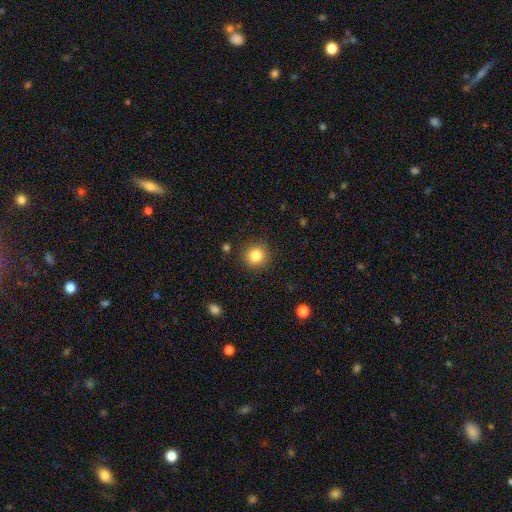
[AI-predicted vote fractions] smooth-or-featured: smooth: 83% | star or artifact: 11% | featured or disk: 6%
  how-rounded: round: 93% | in between: 6% | cigar-shaped: 1%
  merging: none: 89% | minor disturbance: 7% | major disturbance: 2% | merger: 2%